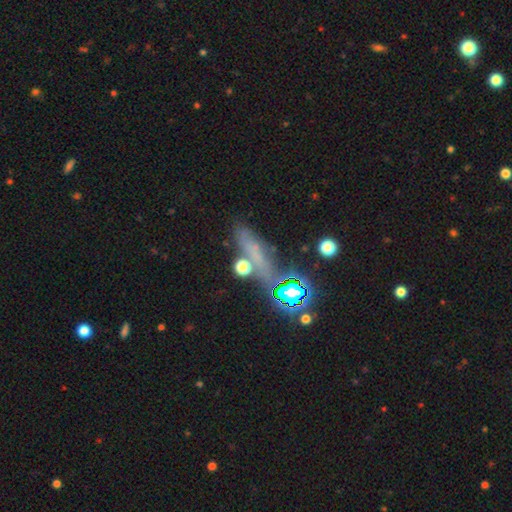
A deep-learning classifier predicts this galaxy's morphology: A smooth galaxy with no disk features (39%).

Vote fractions:
- Smooth or featured? smooth: 39% / star or artifact: 37% / featured or disk: 24%
- Merging? none: 66% / minor disturbance: 15% / merger: 11% / major disturbance: 8%